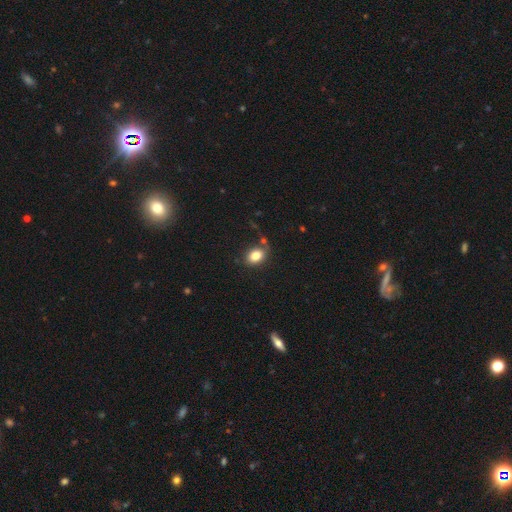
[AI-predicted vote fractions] smooth-or-featured: smooth: 83% | star or artifact: 9% | featured or disk: 8%
  how-rounded: in between: 74% | round: 24% | cigar-shaped: 1%
  merging: none: 75% | minor disturbance: 14% | merger: 6% | major disturbance: 4%